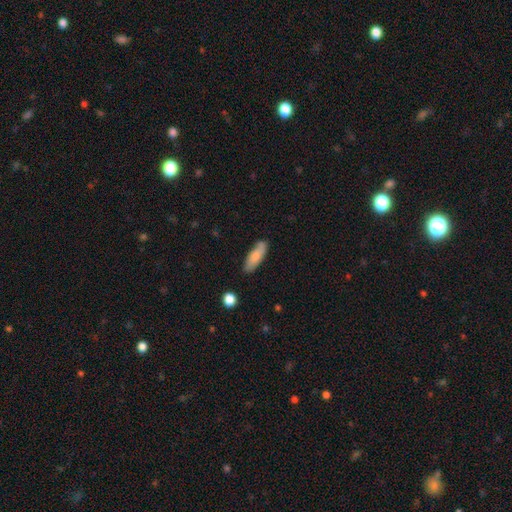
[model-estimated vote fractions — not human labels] This appears to be a smooth galaxy with no disk features (76%) that is in between round and cigar-shaped (59%). Merging: none (76%).